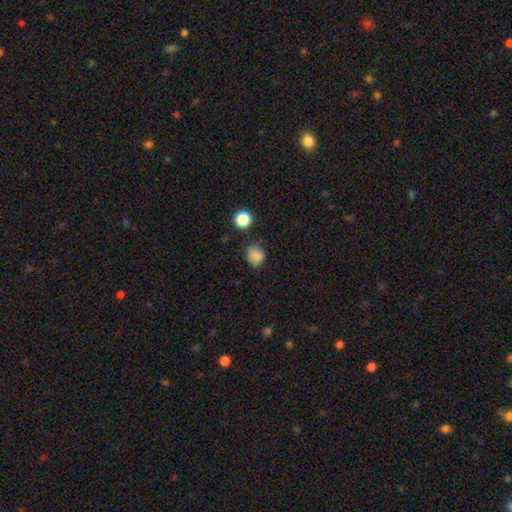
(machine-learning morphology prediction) Smooth or featured: smooth — 85% (star or artifact — 11%)
How rounded: round — 62% (in between — 37%)
Merging: none — 75% (minor disturbance — 18%)